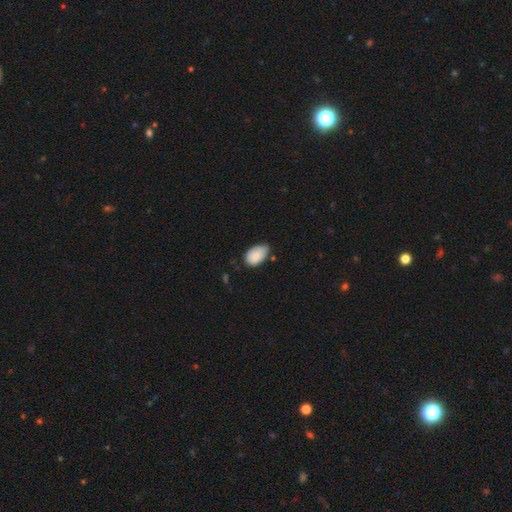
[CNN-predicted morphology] Smooth or featured? smooth (84%)
How rounded? in between (91%)
Merging? none (47%)